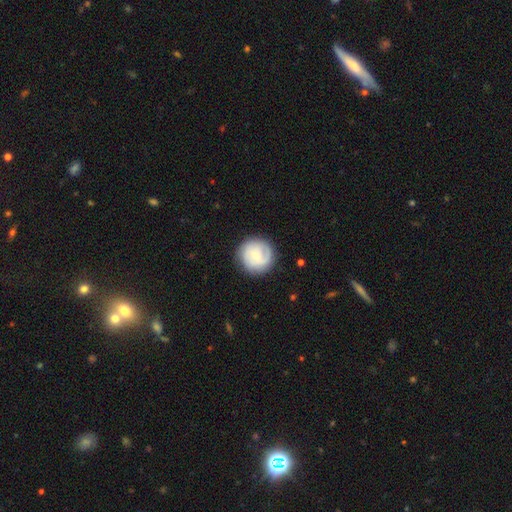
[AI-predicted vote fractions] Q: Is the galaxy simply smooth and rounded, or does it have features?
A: featured or disk — 60%.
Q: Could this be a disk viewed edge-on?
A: no — 98%.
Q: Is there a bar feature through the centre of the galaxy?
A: no — 61%.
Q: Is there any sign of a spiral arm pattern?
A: yes — 86%.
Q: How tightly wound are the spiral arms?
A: tight — 57%.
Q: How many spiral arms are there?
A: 2 — 40%.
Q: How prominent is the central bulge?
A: small — 62%.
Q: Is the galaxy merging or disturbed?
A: none — 83%.